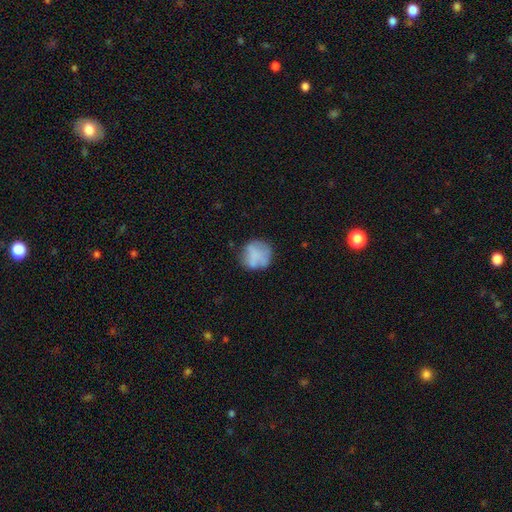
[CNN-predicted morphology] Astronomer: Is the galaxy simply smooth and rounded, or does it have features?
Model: smooth — 68%.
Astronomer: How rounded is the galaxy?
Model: round — 85%.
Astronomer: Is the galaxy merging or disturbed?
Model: none — 60%.